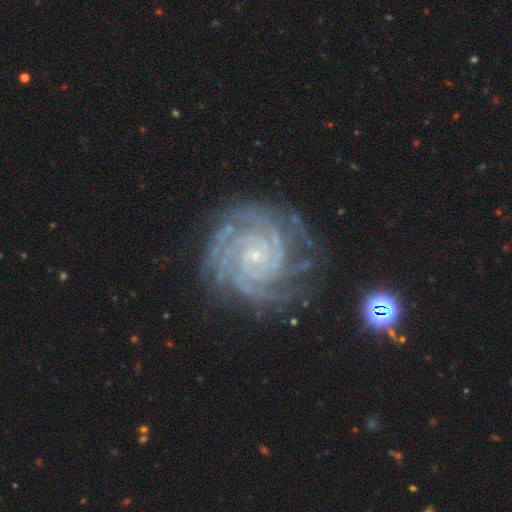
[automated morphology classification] type=featured or disk (92%); edge-on=no (98%); bar=no (74%); spiral arms=yes (99%); winding=tight (85%); arm count=4 (25%); bulge=small (88%); merging=none (77%).